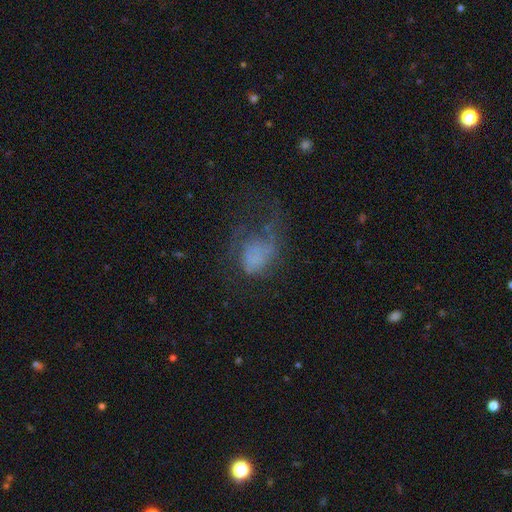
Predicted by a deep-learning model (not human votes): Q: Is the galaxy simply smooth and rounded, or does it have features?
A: smooth — 42%.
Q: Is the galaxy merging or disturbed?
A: major disturbance — 50%.